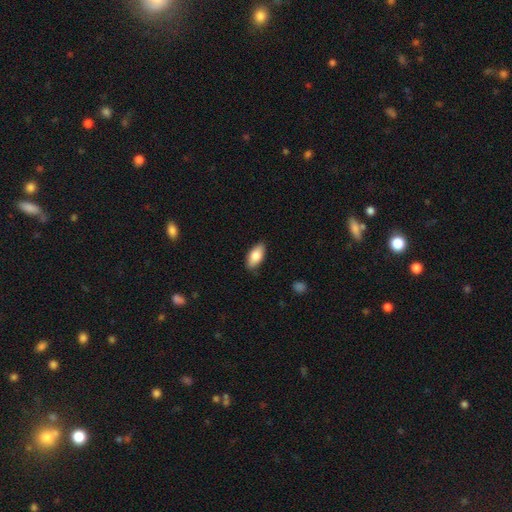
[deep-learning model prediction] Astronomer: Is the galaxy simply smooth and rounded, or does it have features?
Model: smooth — 82%.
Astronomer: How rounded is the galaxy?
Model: in between — 90%.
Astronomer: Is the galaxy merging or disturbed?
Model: none — 87%.